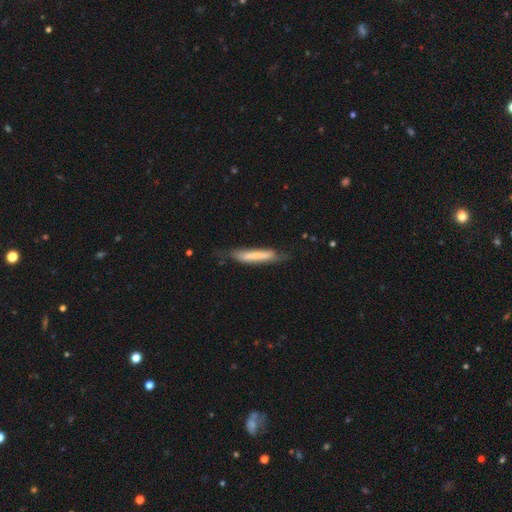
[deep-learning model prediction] smooth 61%, featured or disk 33%, star or artifact 6%. Down the decision tree: how rounded — cigar-shaped (90%); merging — none (60%).